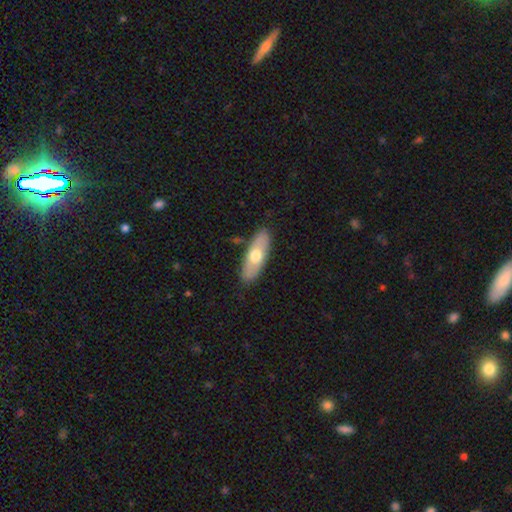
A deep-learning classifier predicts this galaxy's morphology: type=smooth (61%); roundness=in between (70%); merging=none (85%).